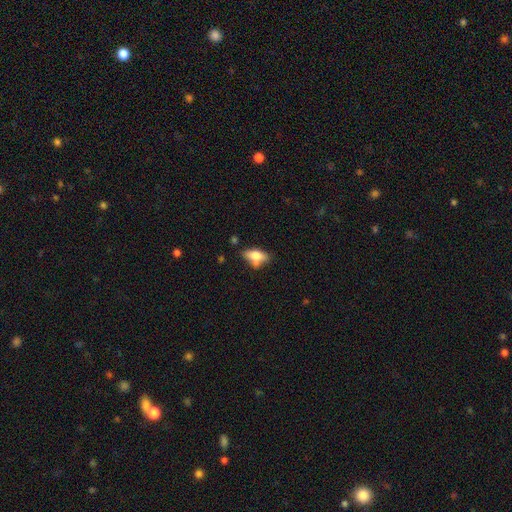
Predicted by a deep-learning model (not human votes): The model was most divided on "merging": none: 50%, minor disturbance: 26%, merger: 14%, major disturbance: 10%. More confident: how rounded — in between (82%); smooth or featured — smooth (65%).